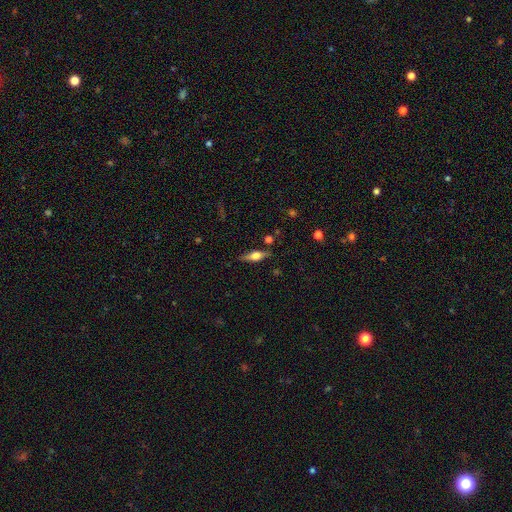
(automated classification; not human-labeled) Overall: featured or disk (66%; smooth 27%). Edge-on disk: yes (96%). Edge-on bulge: rounded (92%). Merging: none (86%).